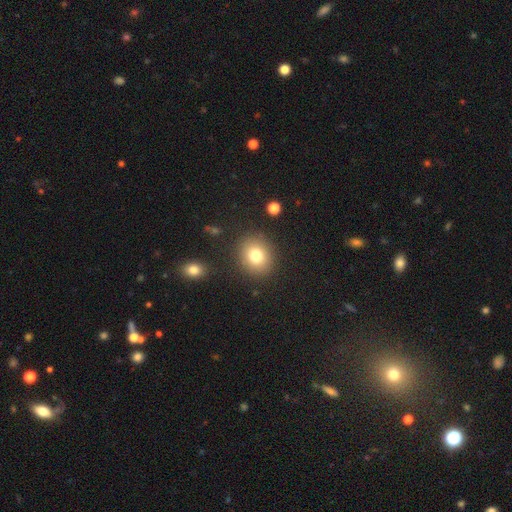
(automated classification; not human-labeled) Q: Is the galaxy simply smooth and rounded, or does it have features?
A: smooth — 79%.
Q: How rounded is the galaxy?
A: round — 72%.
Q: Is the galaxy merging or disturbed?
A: none — 87%.